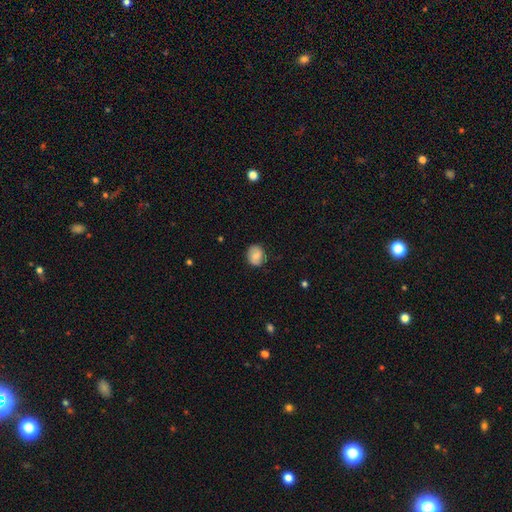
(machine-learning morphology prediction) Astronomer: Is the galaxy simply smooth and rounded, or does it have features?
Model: smooth — 74%.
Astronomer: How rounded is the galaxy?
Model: round — 58% (runner-up: in between, 41%).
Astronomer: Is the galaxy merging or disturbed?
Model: none — 79%.